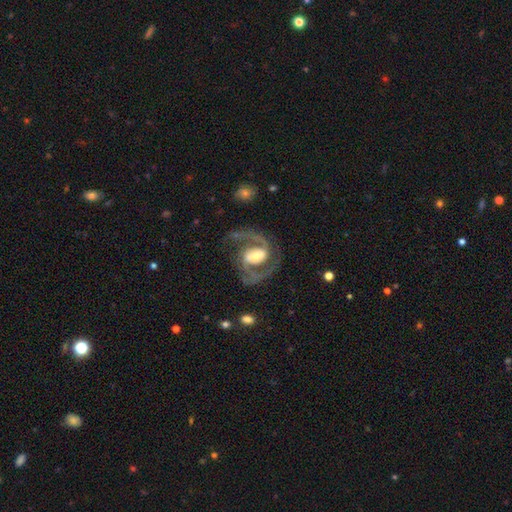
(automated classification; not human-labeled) The model was most divided on "bar": weak: 39%, strong: 37%, no: 24%. More confident: edge-on disk — no (98%); spiral arms — yes (97%); spiral arm count — 2 (93%); smooth or featured — featured or disk (91%); merging — none (75%); spiral winding — medium (63%); bulge size — moderate (53%).